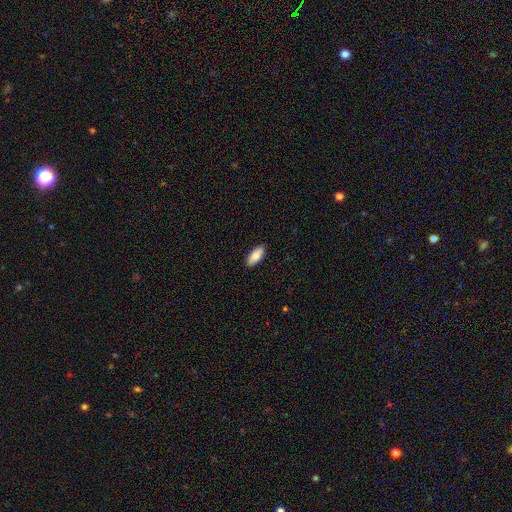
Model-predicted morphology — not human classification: smooth-or-featured: smooth: 87% | featured or disk: 7% | star or artifact: 6%
  how-rounded: in between: 87% | cigar-shaped: 11% | round: 2%
  merging: none: 89% | minor disturbance: 8% | major disturbance: 2% | merger: 1%